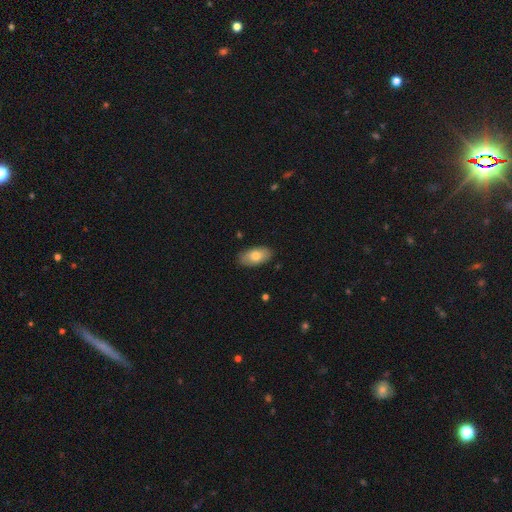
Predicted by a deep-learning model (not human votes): A smooth galaxy with no disk features (75%) that is in between round and cigar-shaped (94%).

Vote fractions:
- Smooth or featured? smooth: 75% / featured or disk: 18% / star or artifact: 6%
- How rounded? in between: 94% / round: 4% / cigar-shaped: 3%
- Merging? none: 86% / minor disturbance: 11% / major disturbance: 2% / merger: 1%